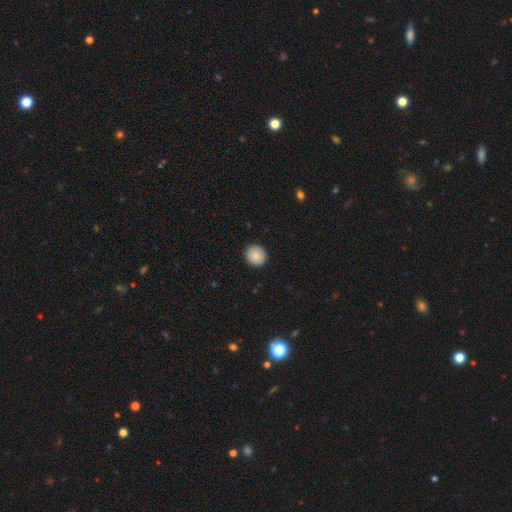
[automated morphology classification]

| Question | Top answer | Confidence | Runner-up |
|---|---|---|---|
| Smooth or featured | smooth | 86% | star or artifact (7%) |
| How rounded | round | 90% | in between (9%) |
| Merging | none | 91% | minor disturbance (6%) |